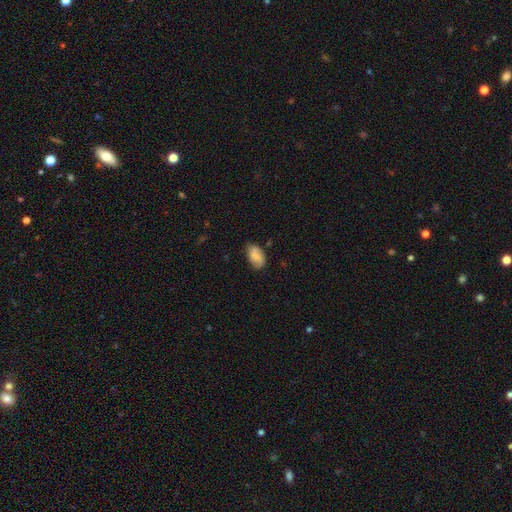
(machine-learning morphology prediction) A smooth galaxy with no disk features (65%) that is in between round and cigar-shaped (90%). Merging: none (72%).